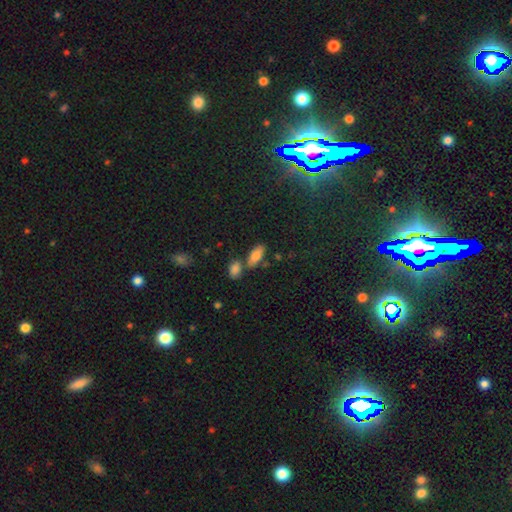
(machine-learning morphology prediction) This is likely a smooth galaxy (77%). How rounded: clearly in between (83%). Merging: likely none (66%).